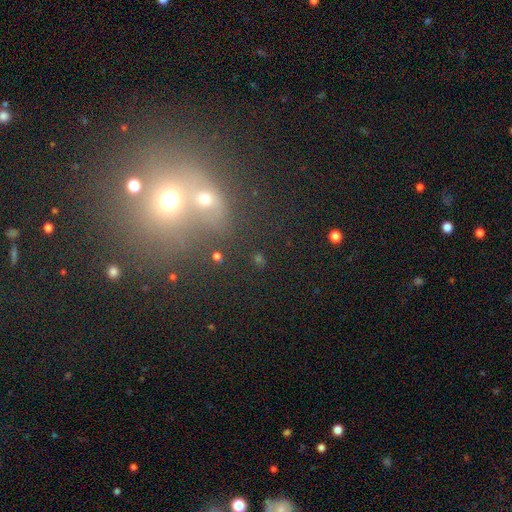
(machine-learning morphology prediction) Smooth or featured? Predicted: smooth (p=0.47). Merging? Predicted: merger (p=0.53).